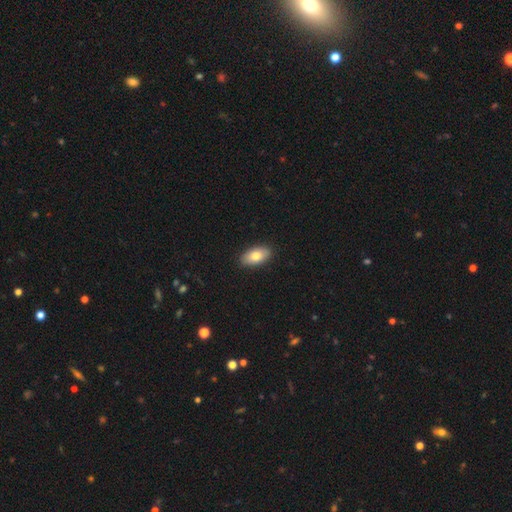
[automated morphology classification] smooth 78%, featured or disk 15%, star or artifact 6%. Down the decision tree: how rounded — in between (93%); merging — none (89%).